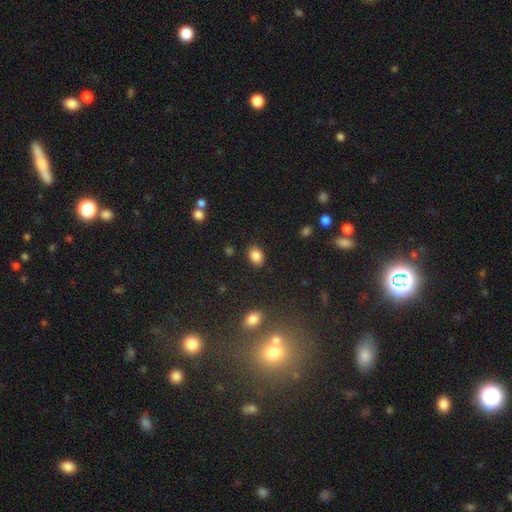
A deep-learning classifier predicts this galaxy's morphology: A smooth galaxy with no disk features (86%) that is in between round and cigar-shaped (77%). Merging: none (87%).